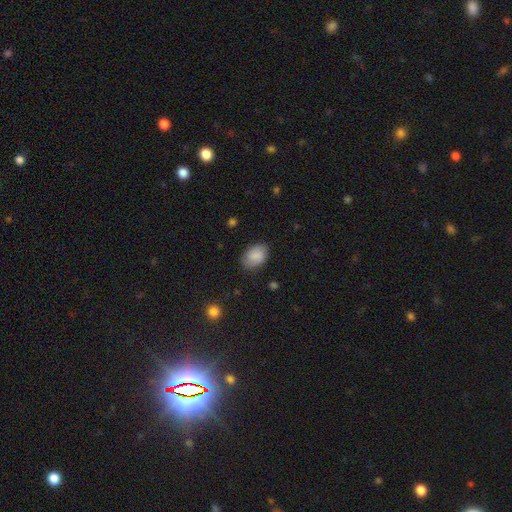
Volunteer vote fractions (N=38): Q: Smooth or featured?
A: smooth (76%); runner-up: featured or disk (21%)
Q: How rounded?
A: in between (79%); runner-up: round (21%)
Q: Merging?
A: none (86%); runner-up: minor disturbance (11%)